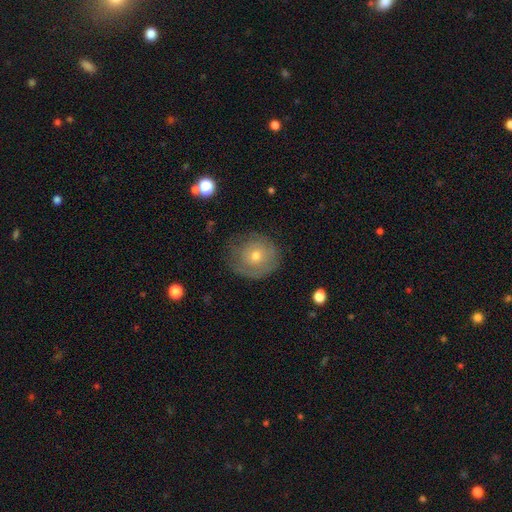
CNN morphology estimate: smooth_or_featured: featured or disk (p=0.46) [alt: smooth p=0.45]
merging: none (p=0.67) [alt: minor disturbance p=0.22]